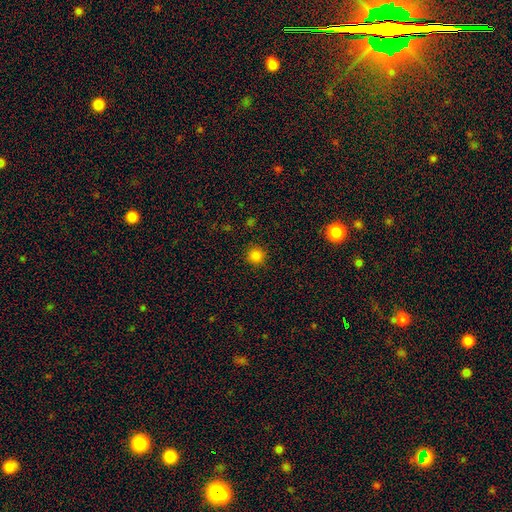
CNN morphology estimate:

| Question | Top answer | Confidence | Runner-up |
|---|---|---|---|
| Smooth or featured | smooth | 84% | star or artifact (13%) |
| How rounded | round | 94% | in between (5%) |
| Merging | none | 91% | minor disturbance (6%) |